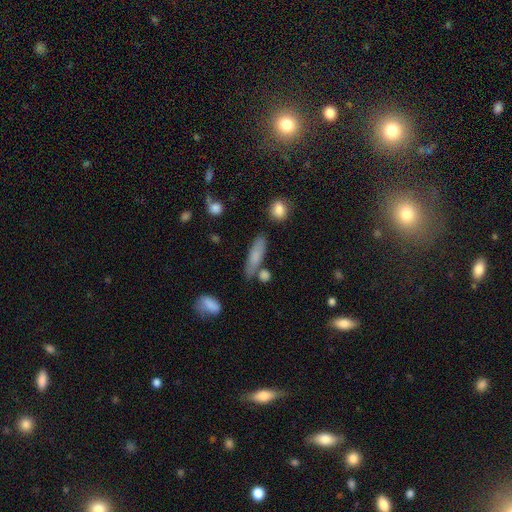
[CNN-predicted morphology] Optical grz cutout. It shows a smooth galaxy with no disk features (75%) that is cigar-shaped (58%). Merging: none (64%).